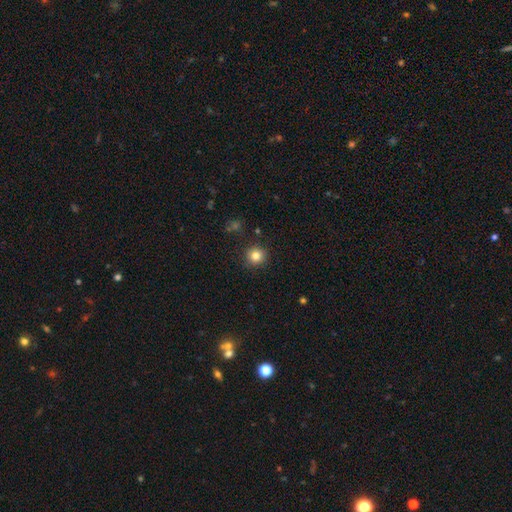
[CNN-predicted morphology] A smooth galaxy with no disk features (82%) that is round (94%).

Vote fractions:
- Smooth or featured? smooth: 82% / star or artifact: 12% / featured or disk: 6%
- How rounded? round: 94% / in between: 5% / cigar-shaped: 1%
- Merging? none: 90% / minor disturbance: 6% / major disturbance: 2% / merger: 2%